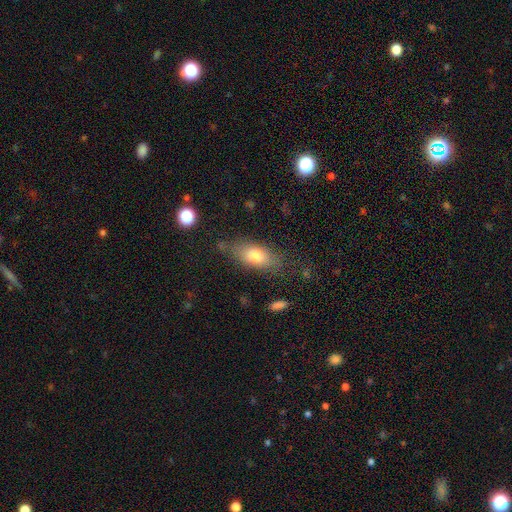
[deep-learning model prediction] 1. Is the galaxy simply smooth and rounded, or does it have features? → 76% smooth, 16% featured or disk, 9% star or artifact.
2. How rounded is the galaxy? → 81% in between, 13% cigar-shaped, 6% round.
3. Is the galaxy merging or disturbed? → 73% none, 18% minor disturbance, 6% major disturbance, 3% merger.